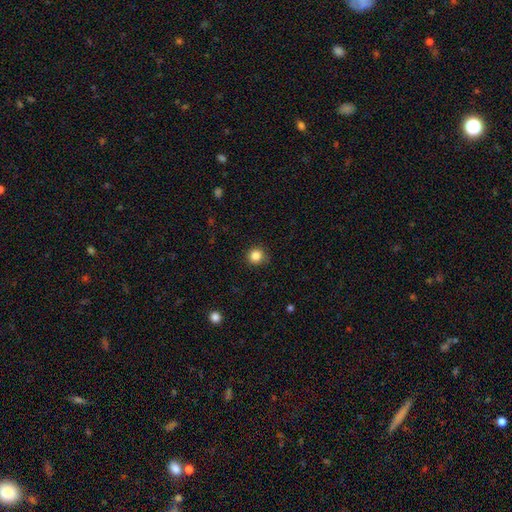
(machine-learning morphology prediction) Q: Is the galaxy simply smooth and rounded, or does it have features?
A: smooth — 85%.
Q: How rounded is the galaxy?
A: round — 92%.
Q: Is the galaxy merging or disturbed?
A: none — 87%.